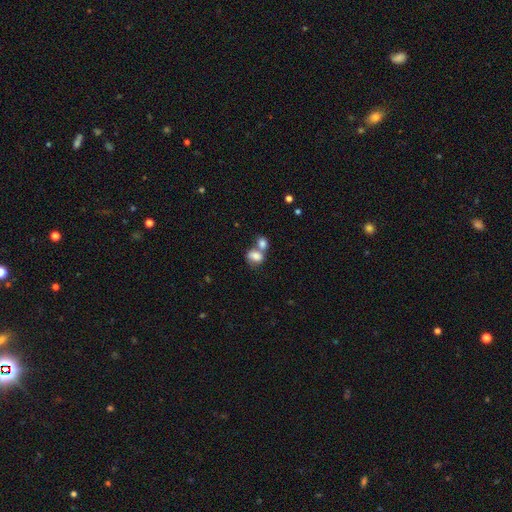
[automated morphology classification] Smooth or featured? Predicted: smooth (p=0.79). How rounded? Predicted: in between (p=0.69). Merging? Predicted: merger (p=0.61).